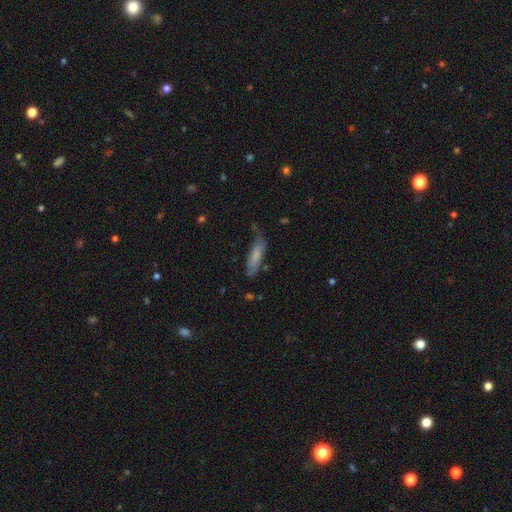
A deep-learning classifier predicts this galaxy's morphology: The model was most divided on "how rounded": cigar-shaped: 57%, in between: 42%, round: 2%. More confident: smooth or featured — smooth (67%); merging — none (56%).